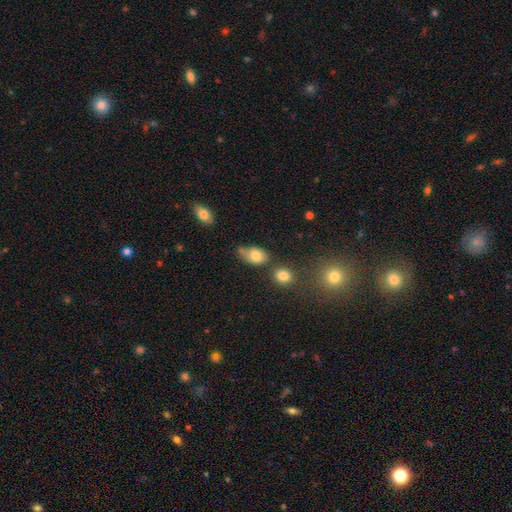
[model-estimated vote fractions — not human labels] smooth-or-featured: smooth: 78% | featured or disk: 13% | star or artifact: 9%
  how-rounded: in between: 82% | round: 16% | cigar-shaped: 2%
  merging: none: 41% | minor disturbance: 32% | merger: 15% | major disturbance: 12%